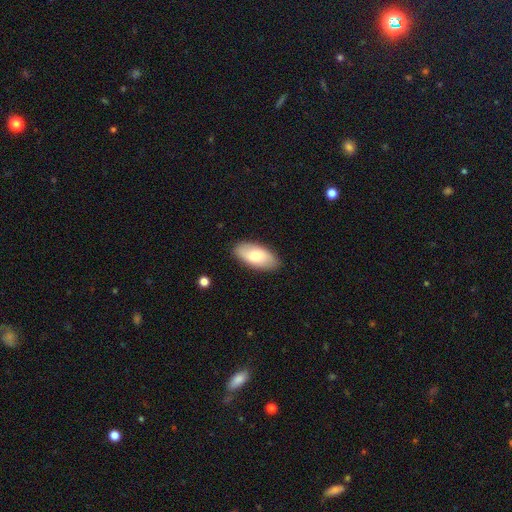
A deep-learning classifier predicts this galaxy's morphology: smooth_or_featured: smooth (p=0.68) [alt: featured or disk p=0.26]
how_rounded: in between (p=0.93) [alt: cigar-shaped p=0.05]
merging: none (p=0.87) [alt: minor disturbance p=0.10]